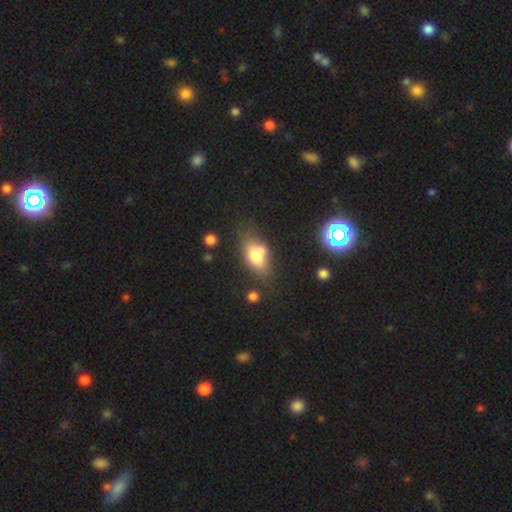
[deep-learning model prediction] Smooth or featured: smooth — 65% (featured or disk — 23%)
How rounded: in between — 82% (round — 12%)
Merging: none — 48% (merger — 21%)